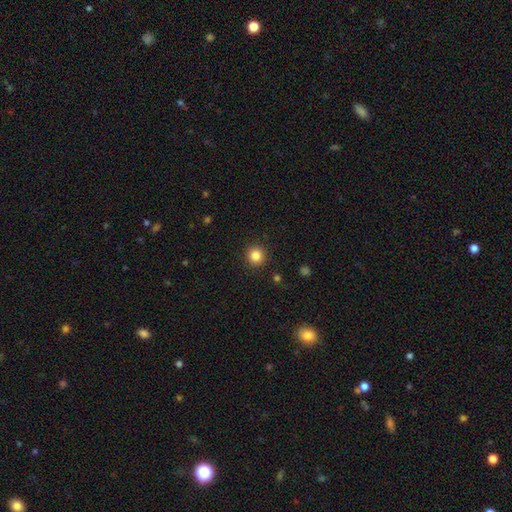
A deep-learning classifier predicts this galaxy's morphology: smooth-or-featured: smooth: 84% | star or artifact: 11% | featured or disk: 5%
  how-rounded: round: 94% | in between: 5% | cigar-shaped: 1%
  merging: none: 92% | minor disturbance: 5% | major disturbance: 2% | merger: 1%